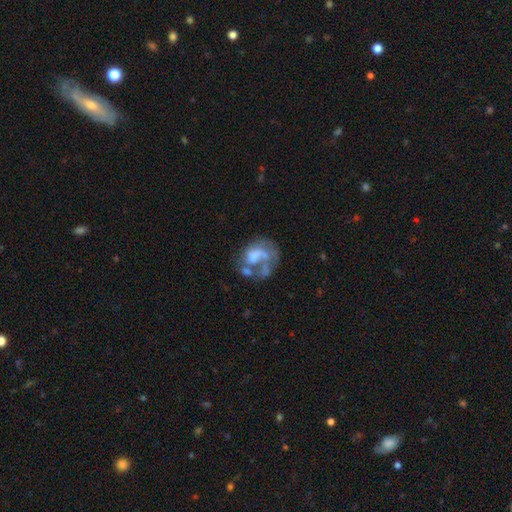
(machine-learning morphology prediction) Q: Smooth or featured?
A: featured or disk (55%); runner-up: smooth (35%)
Q: Edge-on disk?
A: no (98%); runner-up: yes (2%)
Q: Bar?
A: no (80%); runner-up: weak (16%)
Q: Spiral arms?
A: no (67%); runner-up: yes (33%)
Q: Bulge size?
A: none (55%); runner-up: moderate (18%)
Q: Merging?
A: major disturbance (39%); runner-up: none (26%)